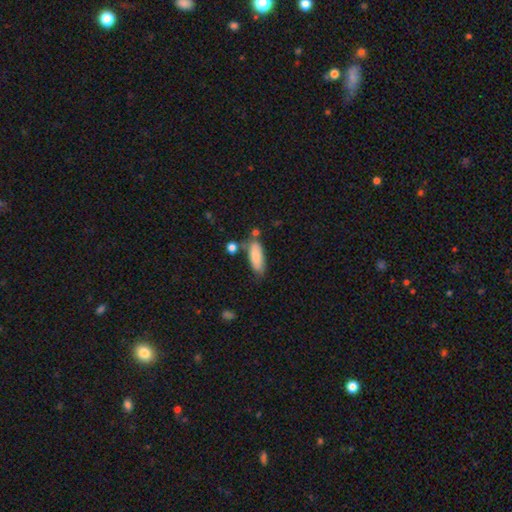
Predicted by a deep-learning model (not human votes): Overall: smooth (83%). How rounded: in between (69%). Merging: none (58%; minor disturbance 23%).